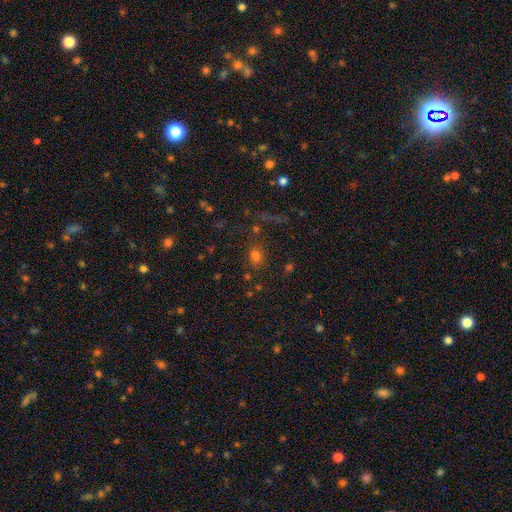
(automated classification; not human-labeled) Smooth or featured: smooth — 64% (star or artifact — 28%)
How rounded: in between — 52% (round — 45%)
Merging: none — 67% (minor disturbance — 13%)